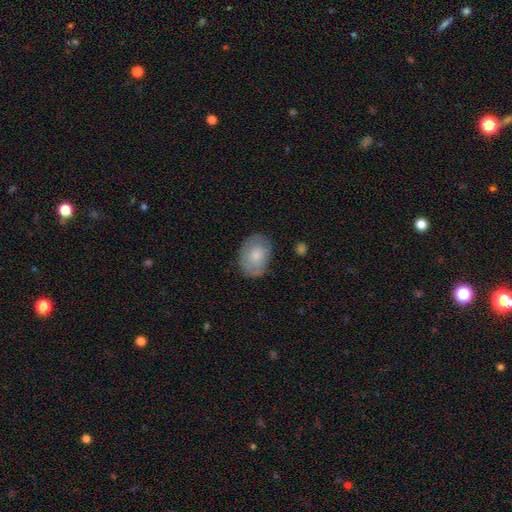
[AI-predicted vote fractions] A smooth galaxy with no disk features (71%) that is in between round and cigar-shaped (73%). Merging: none (72%).